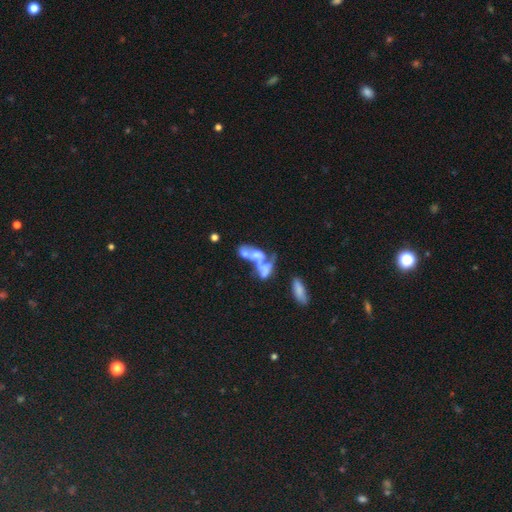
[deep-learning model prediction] This appears to be a featured or disk galaxy (49%). Merging: merger (67%).